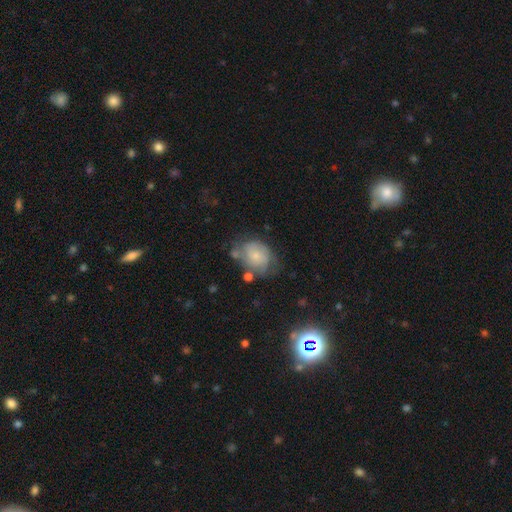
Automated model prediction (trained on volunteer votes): This is possibly a smooth galaxy (53%). How rounded: possibly in between (59%). Merging: possibly none (46%).